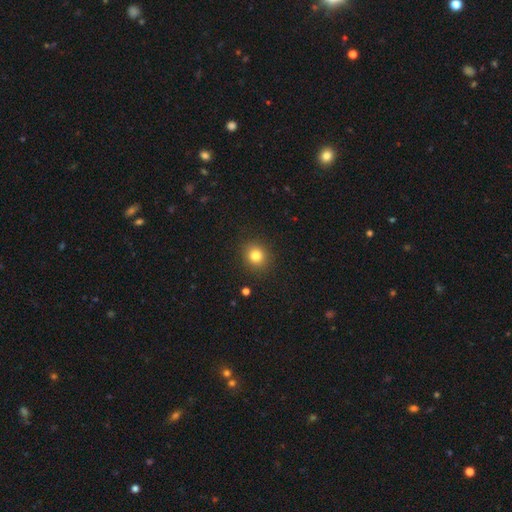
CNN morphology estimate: The model was most divided on "how rounded": round: 80%, in between: 19%, cigar-shaped: 1%. More confident: merging — none (89%); smooth or featured — smooth (81%).